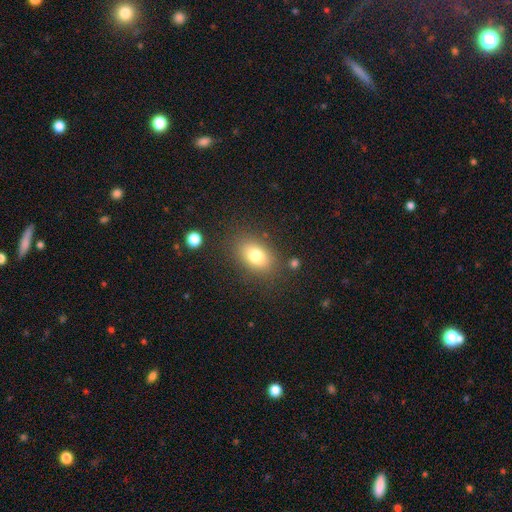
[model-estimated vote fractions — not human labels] This appears to be a smooth galaxy with no disk features (77%) that is in between round and cigar-shaped (81%). Merging: none (82%).